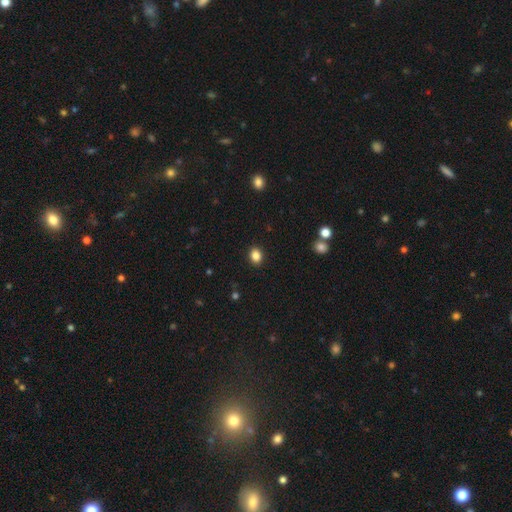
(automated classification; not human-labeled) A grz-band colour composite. It shows a smooth galaxy with no disk features (86%) that is round (50%). Merging: none (91%).